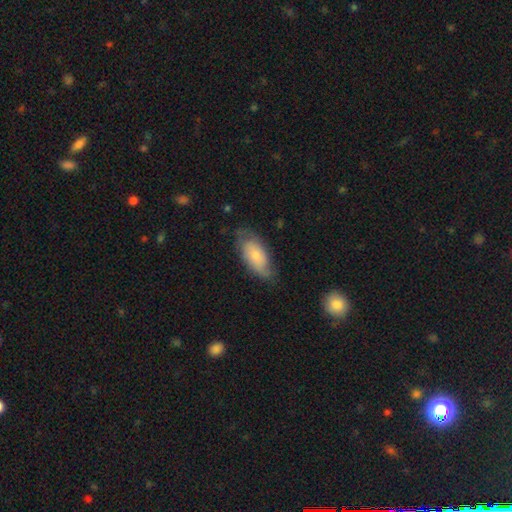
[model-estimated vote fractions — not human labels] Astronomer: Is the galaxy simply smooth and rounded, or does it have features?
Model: smooth — 61%.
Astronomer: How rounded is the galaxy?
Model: in between — 89%.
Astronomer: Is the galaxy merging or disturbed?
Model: none — 62%.